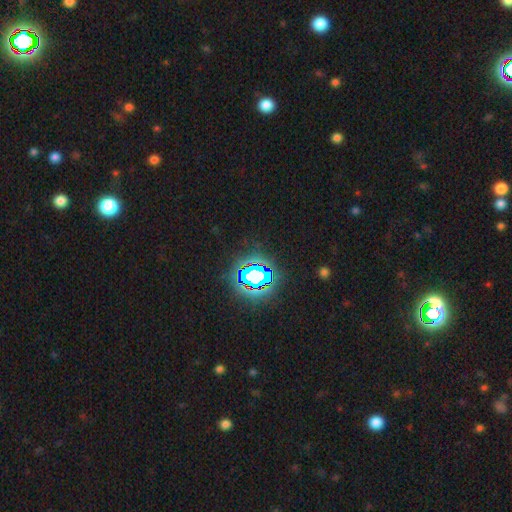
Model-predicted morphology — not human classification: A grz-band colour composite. It shows a star or artifact, not a galaxy (81%).